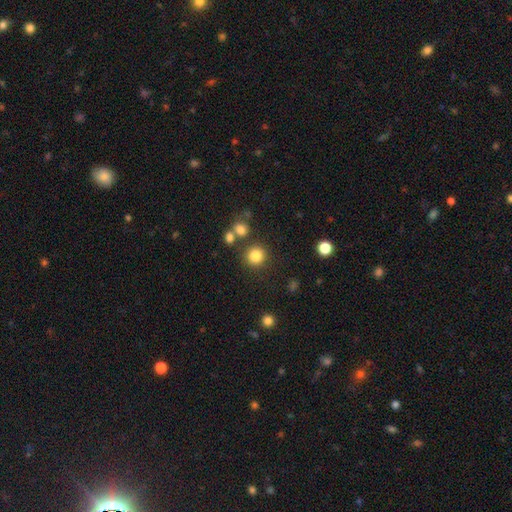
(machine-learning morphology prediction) This is clearly a smooth galaxy (83%). How rounded: clearly round (92%). Merging: clearly none (82%).